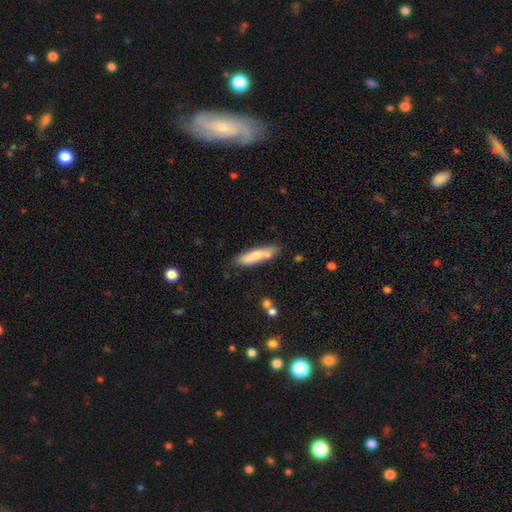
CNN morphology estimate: Q: Smooth or featured?
A: smooth (77%); runner-up: featured or disk (17%)
Q: How rounded?
A: cigar-shaped (77%); runner-up: in between (22%)
Q: Merging?
A: none (69%); runner-up: minor disturbance (18%)